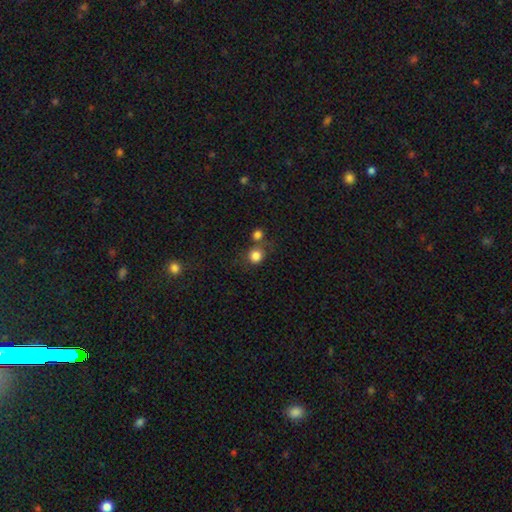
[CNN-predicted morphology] This appears to be a smooth galaxy with no disk features (83%) that is round (87%). Merging: none (63%).